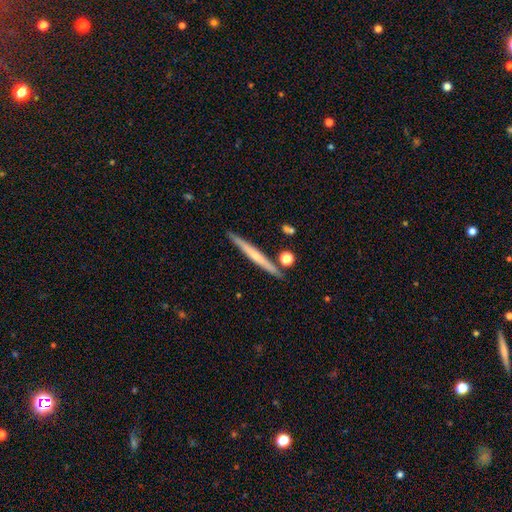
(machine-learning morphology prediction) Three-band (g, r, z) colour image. It shows a featured or disk galaxy (49%). Merging: none (86%).